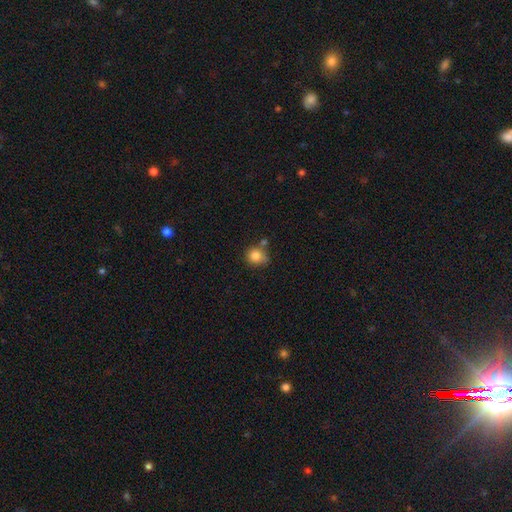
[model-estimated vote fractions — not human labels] Smooth or featured? Predicted: smooth (p=0.83). How rounded? Predicted: round (p=0.82). Merging? Predicted: none (p=0.58).